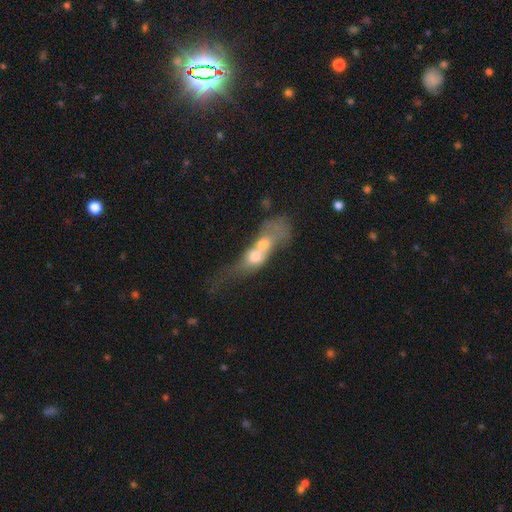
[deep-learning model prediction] smooth 52%, featured or disk 39%, star or artifact 9%. Down the decision tree: how rounded — in between (50%); merging — merger (76%).